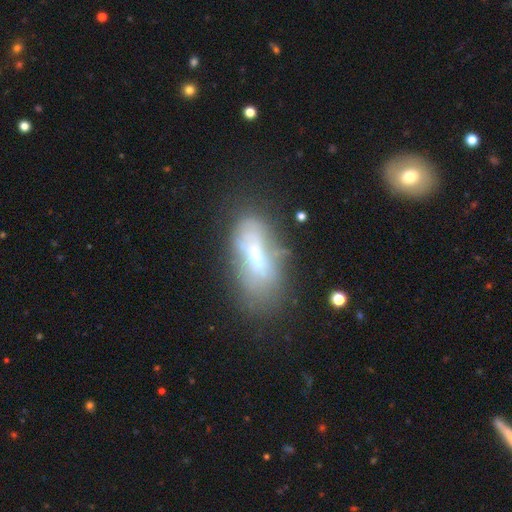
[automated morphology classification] Smooth or featured? featured or disk (45%)
Merging? none (49%)